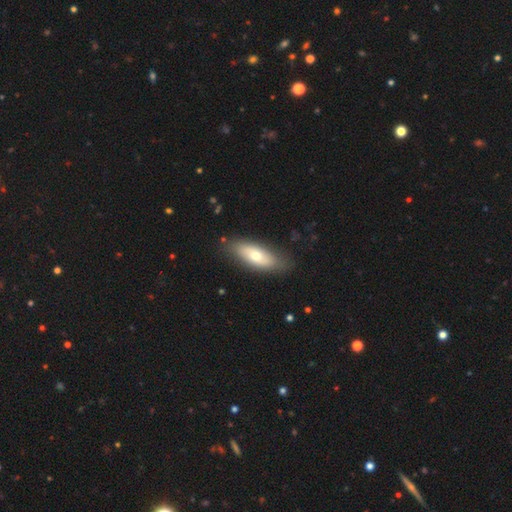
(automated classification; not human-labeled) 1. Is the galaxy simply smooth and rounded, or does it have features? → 61% smooth, 33% featured or disk, 6% star or artifact.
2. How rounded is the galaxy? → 72% in between, 25% cigar-shaped, 3% round.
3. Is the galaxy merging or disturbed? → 83% none, 13% minor disturbance, 3% major disturbance, 1% merger.